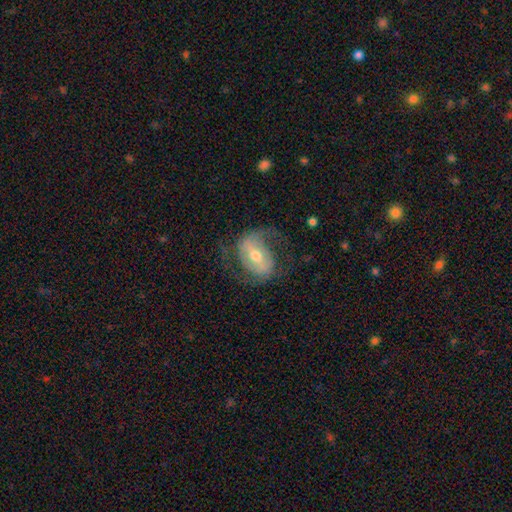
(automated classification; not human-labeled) The model was most divided on "bar": strong: 43%, weak: 40%, no: 18%. Remaining: edge-on disk — no (96%); spiral arms — yes (88%); spiral arm count — 2 (85%); smooth or featured — featured or disk (78%); merging — none (65%); bulge size — moderate (64%); spiral winding — medium (47%).